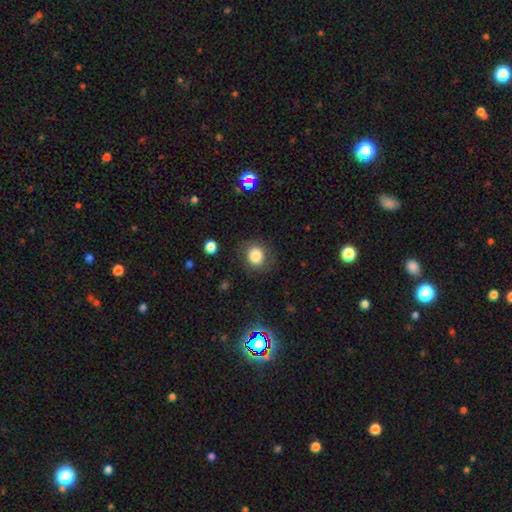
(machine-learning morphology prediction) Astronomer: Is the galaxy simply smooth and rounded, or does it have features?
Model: smooth — 82%.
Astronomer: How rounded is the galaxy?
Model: round — 72%.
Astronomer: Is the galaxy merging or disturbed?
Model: none — 80%.